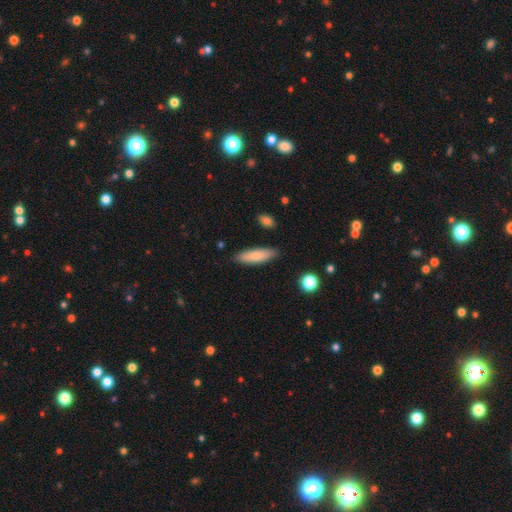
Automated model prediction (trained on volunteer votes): This is clearly a smooth galaxy (82%). How rounded: possibly cigar-shaped (53%). Merging: clearly none (85%).